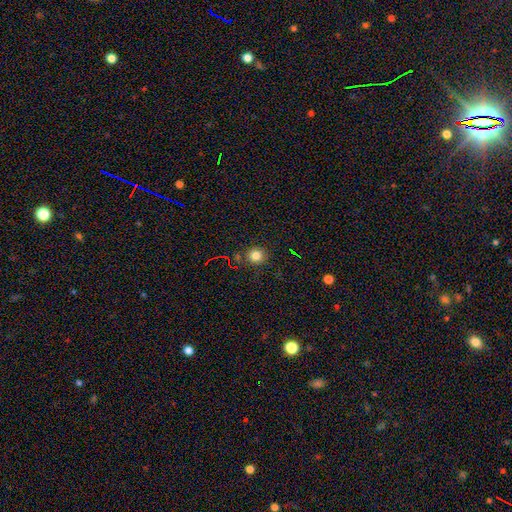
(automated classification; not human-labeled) smooth-or-featured: smooth: 80% | star or artifact: 14% | featured or disk: 6%
  how-rounded: round: 90% | in between: 9% | cigar-shaped: 1%
  merging: none: 86% | minor disturbance: 8% | merger: 4% | major disturbance: 2%